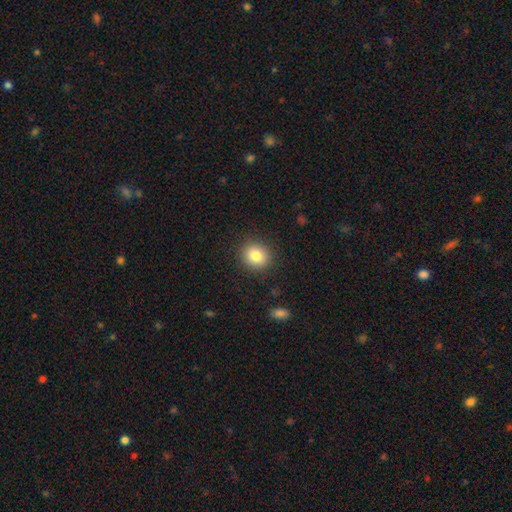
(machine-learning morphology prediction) Smooth or featured: smooth — 83% (star or artifact — 10%)
How rounded: round — 77% (in between — 22%)
Merging: none — 89% (minor disturbance — 7%)